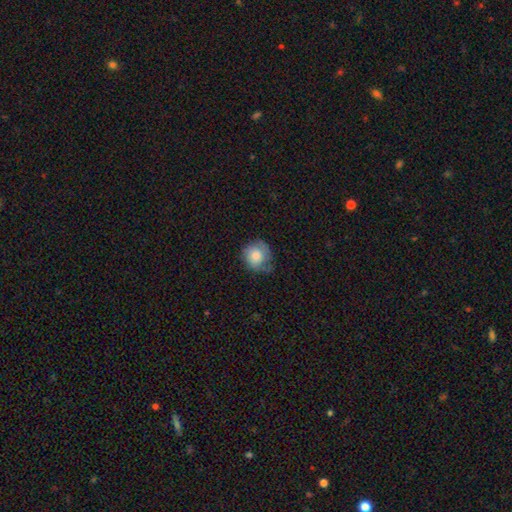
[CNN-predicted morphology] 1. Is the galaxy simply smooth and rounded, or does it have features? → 70% smooth, 22% featured or disk, 7% star or artifact.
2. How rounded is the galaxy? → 82% round, 18% in between, 1% cigar-shaped.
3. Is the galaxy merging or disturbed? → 54% none, 32% minor disturbance, 12% major disturbance, 1% merger.